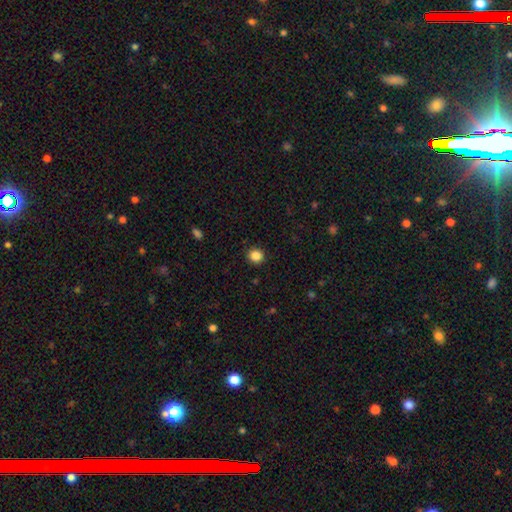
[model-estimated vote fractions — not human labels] Morphology: type=smooth (85%); roundness=round (87%); merging=none (91%).